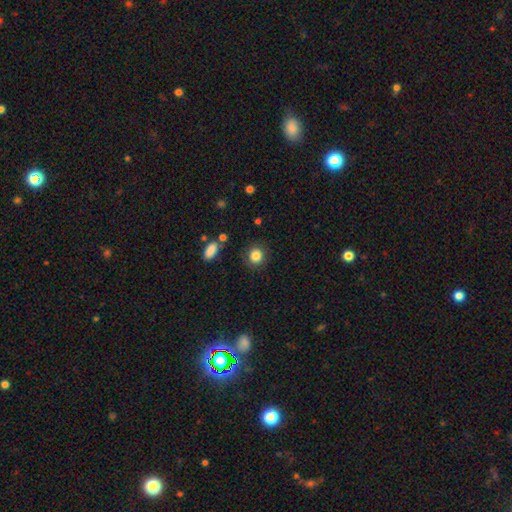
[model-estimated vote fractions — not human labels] Smooth or featured? smooth (85%)
How rounded? round (85%)
Merging? none (84%)